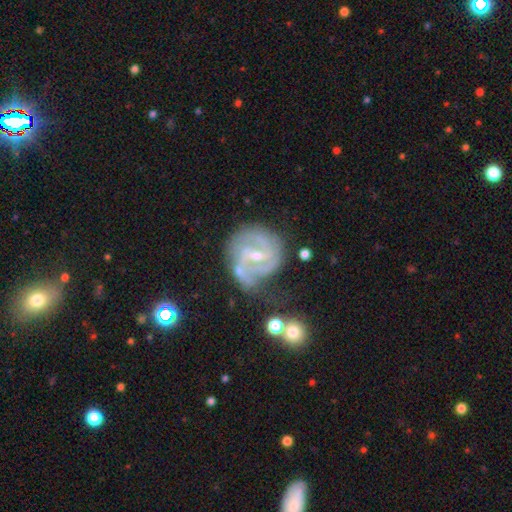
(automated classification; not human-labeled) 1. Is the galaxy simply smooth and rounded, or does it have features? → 86% featured or disk, 8% smooth, 6% star or artifact.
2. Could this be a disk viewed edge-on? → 98% no, 2% yes.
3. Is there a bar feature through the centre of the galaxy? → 52% weak, 28% strong, 20% no.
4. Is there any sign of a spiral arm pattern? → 94% yes, 6% no.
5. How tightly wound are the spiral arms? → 47% tight, 42% medium, 11% loose.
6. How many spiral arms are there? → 46% 2, 23% 3, 18% can't tell, 5% 4, 4% 1, 3% more than 4.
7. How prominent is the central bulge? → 55% small, 41% moderate, 2% none, 1% large, 1% dominant.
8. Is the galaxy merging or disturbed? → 56% none, 24% minor disturbance, 14% major disturbance, 7% merger.